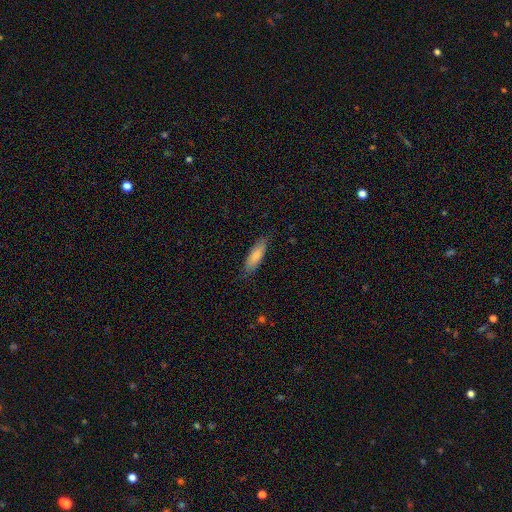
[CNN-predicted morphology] A smooth galaxy with no disk features (82%) that is in between round and cigar-shaped (50%).

Vote fractions:
- Smooth or featured? smooth: 82% / featured or disk: 13% / star or artifact: 6%
- How rounded? in between: 50% / cigar-shaped: 49% / round: 2%
- Merging? none: 82% / minor disturbance: 14% / major disturbance: 3% / merger: 1%